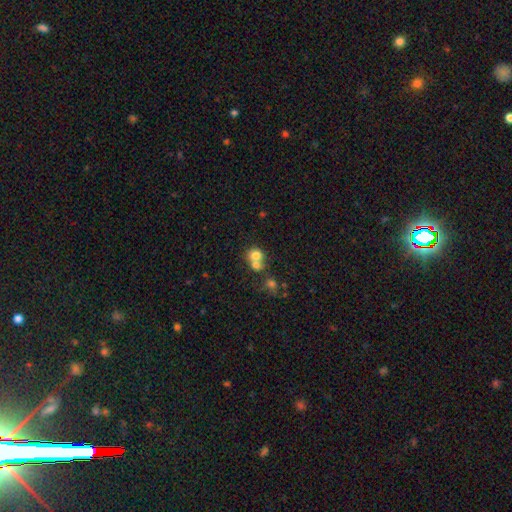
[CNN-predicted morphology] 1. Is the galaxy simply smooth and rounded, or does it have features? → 74% smooth, 14% featured or disk, 12% star or artifact.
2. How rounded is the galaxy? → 75% round, 24% in between, 1% cigar-shaped.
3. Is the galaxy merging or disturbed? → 59% merger, 31% none, 6% minor disturbance, 3% major disturbance.